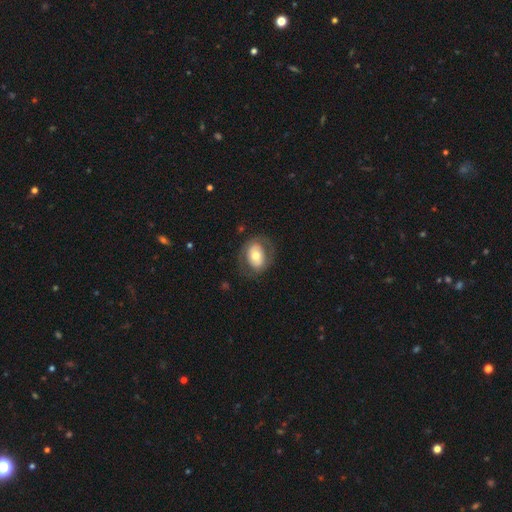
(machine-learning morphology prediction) Smooth or featured? smooth (57%)
How rounded? in between (68%)
Merging? none (73%)